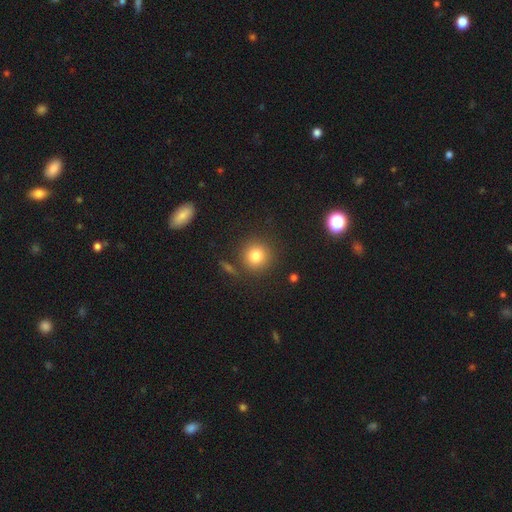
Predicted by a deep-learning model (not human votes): The model was most divided on "smooth or featured": smooth: 80%, star or artifact: 12%, featured or disk: 8%. More confident: how rounded — round (93%); merging — none (85%).